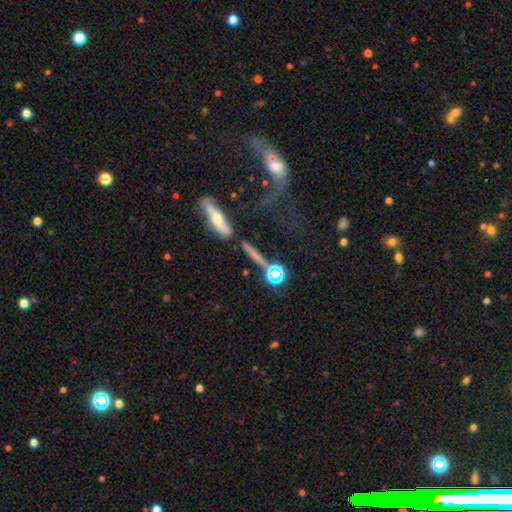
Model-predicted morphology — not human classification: Smooth or featured?
  - smooth: 49% *
  - featured or disk: 28%
  - star or artifact: 23%
Merging?
  - none: 59% *
  - merger: 16%
  - minor disturbance: 14%
  - major disturbance: 11%